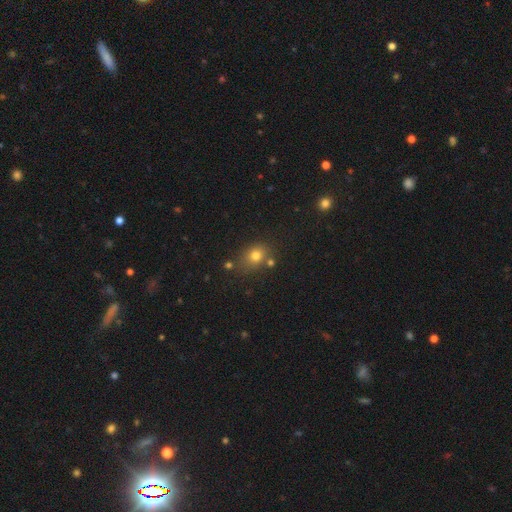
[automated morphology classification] Overall: smooth (75%). How rounded: in between (49%, tied with round). Merging: none (70%).